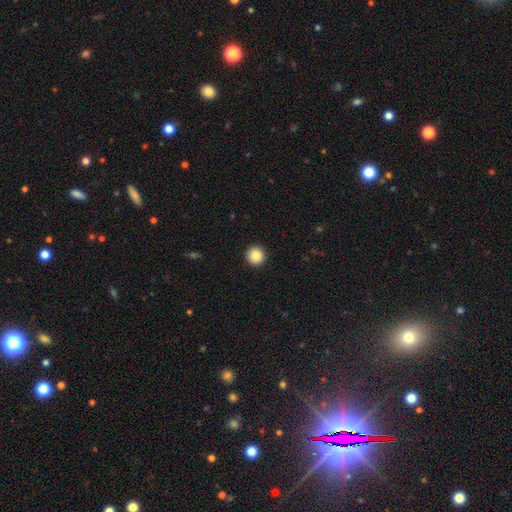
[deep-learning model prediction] This appears to be a smooth galaxy with no disk features (88%) that is round (96%). Merging: none (94%).